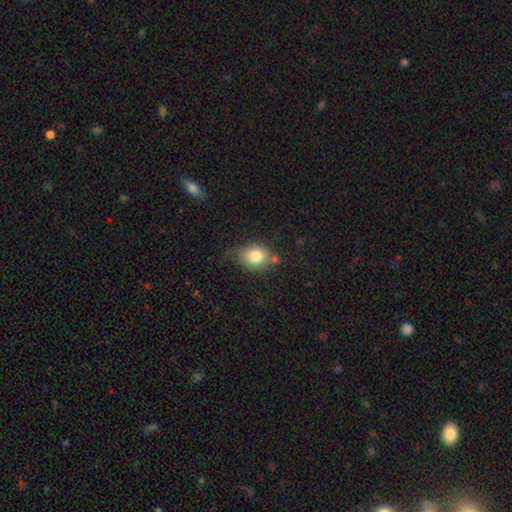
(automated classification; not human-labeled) A smooth galaxy with no disk features (80%) that is round (52%).

Vote fractions:
- Smooth or featured? smooth: 80% / featured or disk: 11% / star or artifact: 10%
- How rounded? round: 52% / in between: 47% / cigar-shaped: 1%
- Merging? none: 61% / minor disturbance: 25% / merger: 7% / major disturbance: 7%